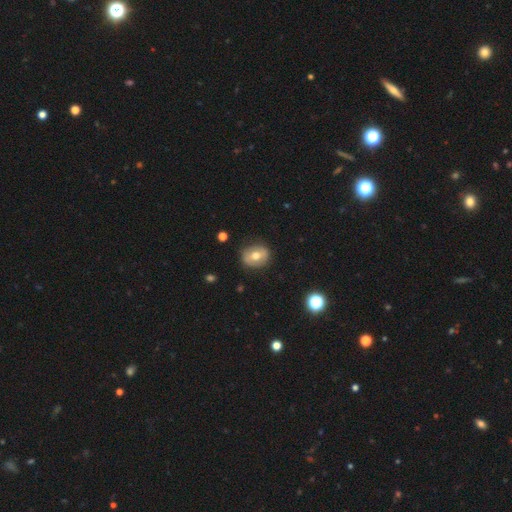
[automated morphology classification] Smooth or featured? smooth (55%)
How rounded? round (63%)
Merging? none (81%)